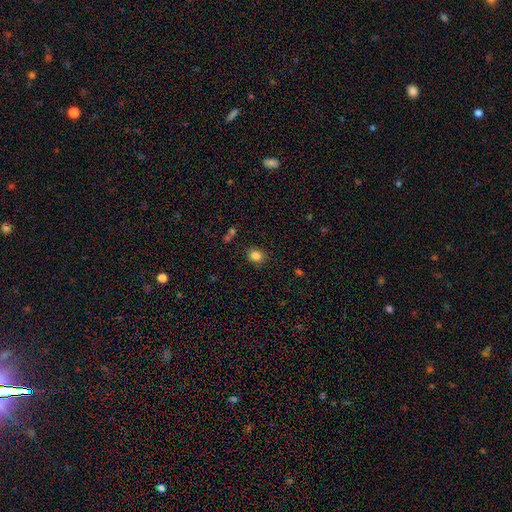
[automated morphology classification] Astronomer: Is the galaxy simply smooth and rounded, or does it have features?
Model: smooth — 84%.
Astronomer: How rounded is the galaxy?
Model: round — 75%.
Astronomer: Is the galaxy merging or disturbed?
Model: none — 85%.